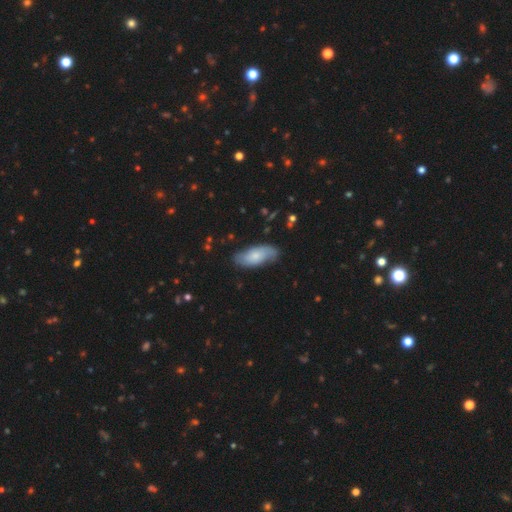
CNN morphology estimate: Q: Smooth or featured?
A: smooth (59%); runner-up: featured or disk (35%)
Q: How rounded?
A: in between (84%); runner-up: cigar-shaped (14%)
Q: Merging?
A: none (74%); runner-up: minor disturbance (20%)